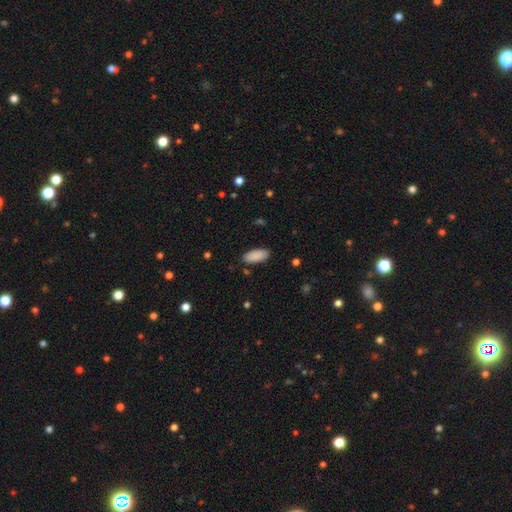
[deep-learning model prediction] Q: Smooth or featured?
A: smooth (90%); runner-up: star or artifact (6%)
Q: How rounded?
A: in between (85%); runner-up: cigar-shaped (13%)
Q: Merging?
A: none (87%); runner-up: minor disturbance (10%)